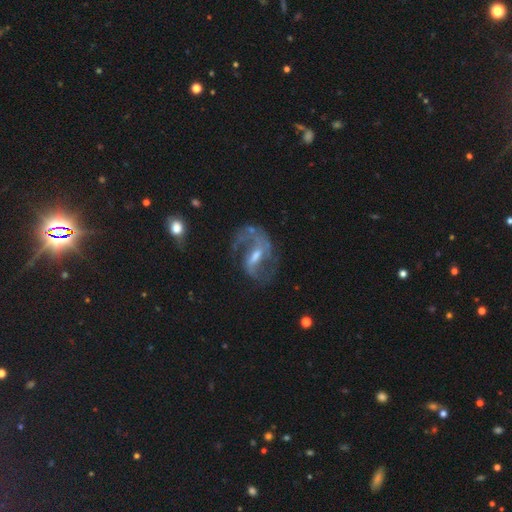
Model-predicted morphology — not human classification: Q: Smooth or featured?
A: featured or disk (86%); runner-up: smooth (7%)
Q: Edge-on disk?
A: no (97%); runner-up: yes (3%)
Q: Bar?
A: weak (52%); runner-up: strong (33%)
Q: Spiral arms?
A: yes (94%); runner-up: no (6%)
Q: Spiral winding?
A: medium (49%); runner-up: loose (38%)
Q: Spiral arm count?
A: 2 (81%); runner-up: 1 (8%)
Q: Bulge size?
A: moderate (47%); runner-up: small (40%)
Q: Merging?
A: none (56%); runner-up: major disturbance (23%)